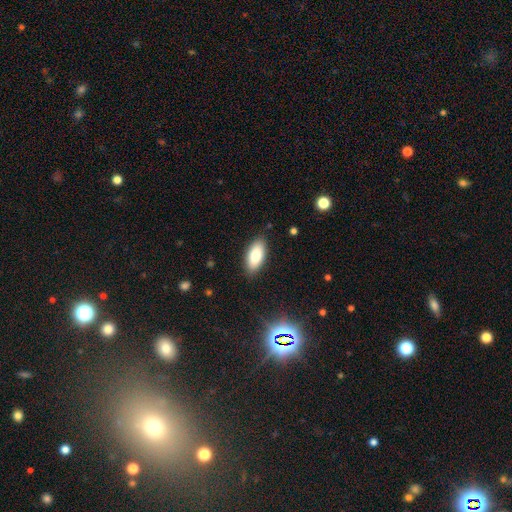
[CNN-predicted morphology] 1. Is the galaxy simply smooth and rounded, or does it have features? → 82% smooth, 10% featured or disk, 8% star or artifact.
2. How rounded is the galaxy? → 89% in between, 9% cigar-shaped, 2% round.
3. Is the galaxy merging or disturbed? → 87% none, 10% minor disturbance, 2% major disturbance, 1% merger.